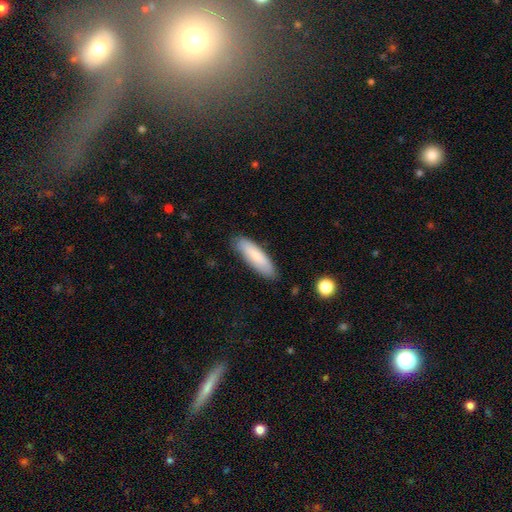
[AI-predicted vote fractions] Smooth or featured: smooth — 80% (featured or disk — 15%)
How rounded: cigar-shaped — 57% (in between — 42%)
Merging: none — 83% (minor disturbance — 13%)